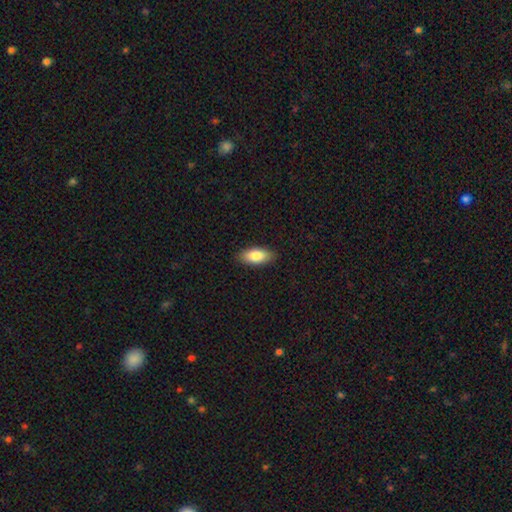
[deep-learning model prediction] Overall: smooth (86%). How rounded: in between (89%). Merging: none (88%).